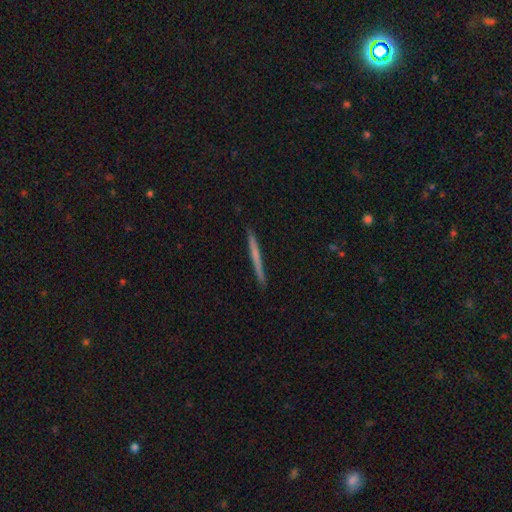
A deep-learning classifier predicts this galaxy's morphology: A smooth galaxy with no disk features (47%, tied with featured or disk). Merging: none (92%).